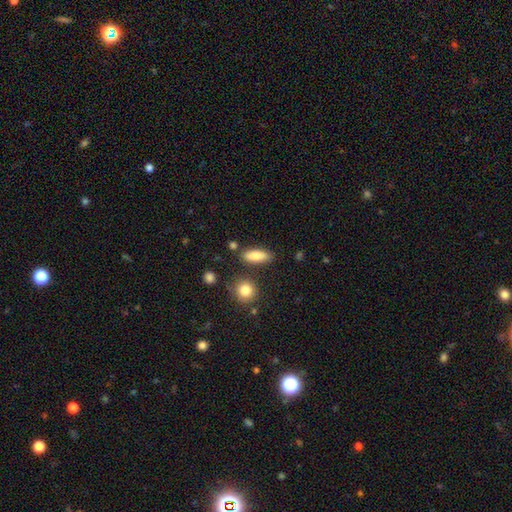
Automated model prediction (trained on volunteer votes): Overall: smooth (82%). How rounded: in between (72%). Merging: none (79%).